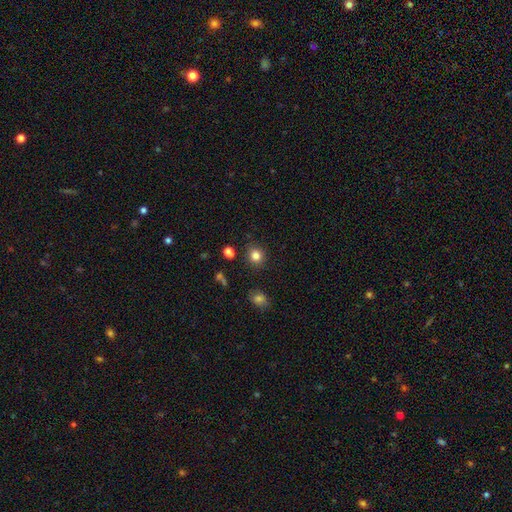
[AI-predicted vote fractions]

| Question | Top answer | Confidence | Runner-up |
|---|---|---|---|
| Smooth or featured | smooth | 82% | star or artifact (12%) |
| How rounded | round | 85% | in between (15%) |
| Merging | none | 87% | minor disturbance (8%) |